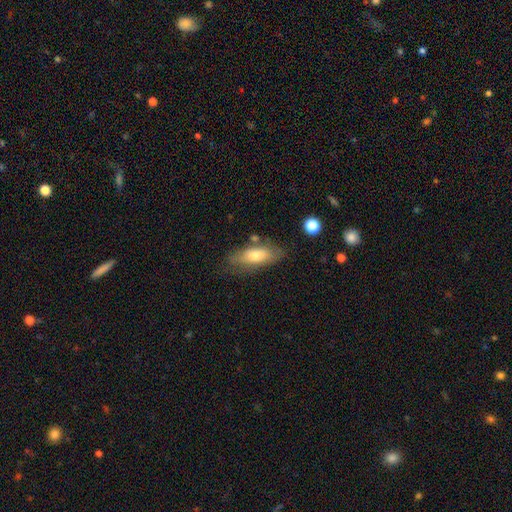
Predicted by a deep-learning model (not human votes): Q: Smooth or featured?
A: smooth (68%); runner-up: featured or disk (25%)
Q: How rounded?
A: in between (71%); runner-up: cigar-shaped (26%)
Q: Merging?
A: none (70%); runner-up: minor disturbance (20%)